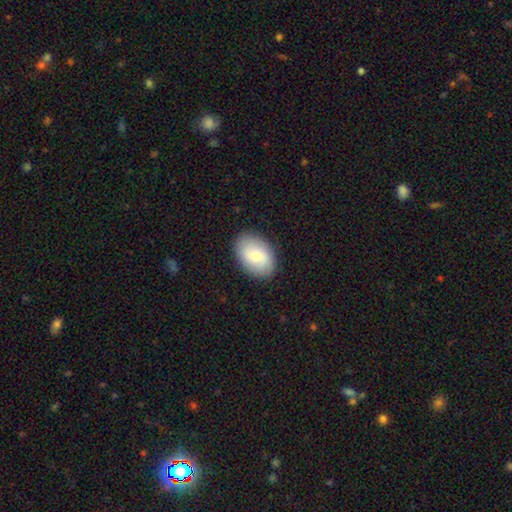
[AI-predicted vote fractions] Overall: smooth (70%). How rounded: in between (85%). Merging: none (87%).